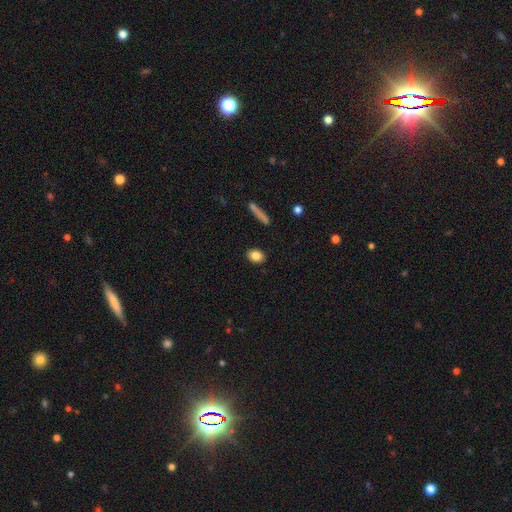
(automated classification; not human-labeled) Q: Smooth or featured?
A: smooth (85%); runner-up: star or artifact (8%)
Q: How rounded?
A: in between (66%); runner-up: round (31%)
Q: Merging?
A: none (89%); runner-up: minor disturbance (8%)